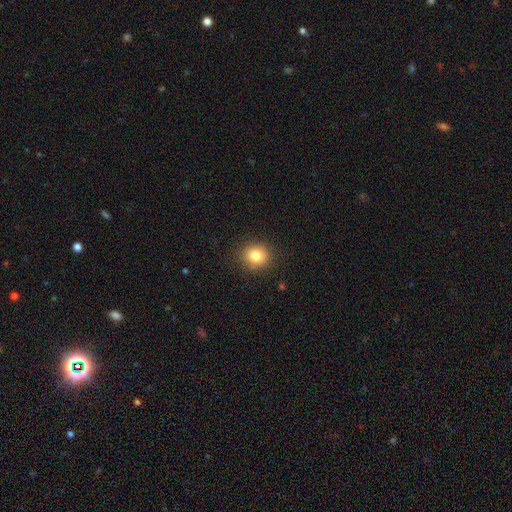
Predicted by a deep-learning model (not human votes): Smooth or featured? smooth (81%)
How rounded? round (83%)
Merging? none (88%)